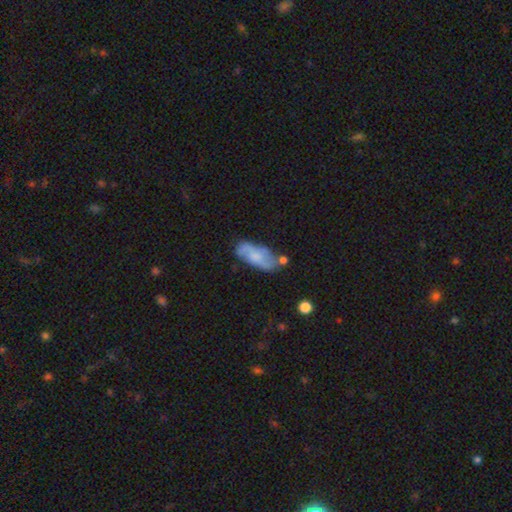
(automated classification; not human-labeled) Smooth or featured? featured or disk (51%)
Edge-on disk? no (89%)
Merging? none (57%)